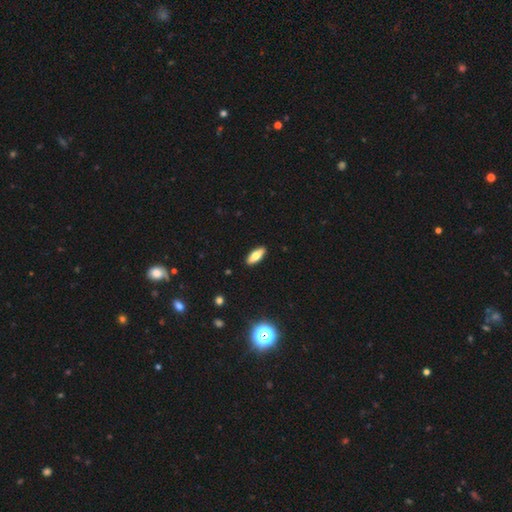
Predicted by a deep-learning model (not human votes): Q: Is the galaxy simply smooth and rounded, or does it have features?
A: smooth — 71%.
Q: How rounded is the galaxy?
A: in between — 68%.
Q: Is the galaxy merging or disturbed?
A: none — 90%.